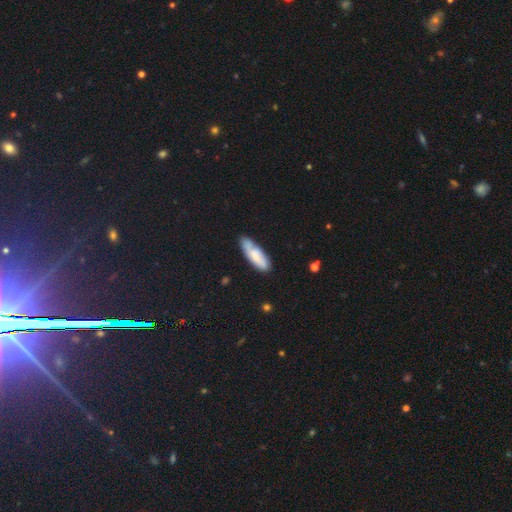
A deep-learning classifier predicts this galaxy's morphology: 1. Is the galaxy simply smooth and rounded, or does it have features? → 69% smooth, 25% featured or disk, 6% star or artifact.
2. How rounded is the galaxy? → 54% in between, 44% cigar-shaped, 2% round.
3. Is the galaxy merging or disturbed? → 65% none, 24% minor disturbance, 5% merger, 5% major disturbance.